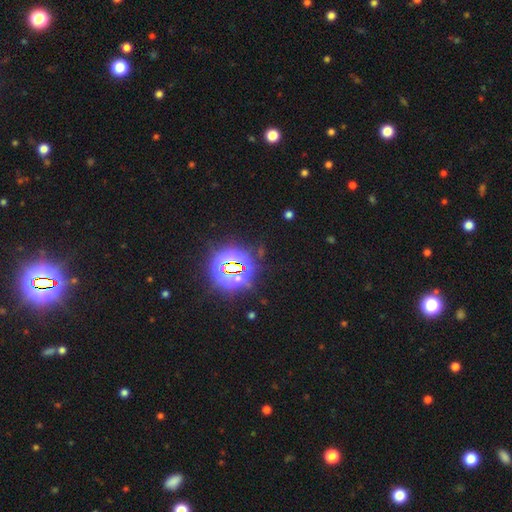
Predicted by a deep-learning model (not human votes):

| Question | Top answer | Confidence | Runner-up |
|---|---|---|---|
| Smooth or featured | star or artifact | 85% | smooth (10%) |